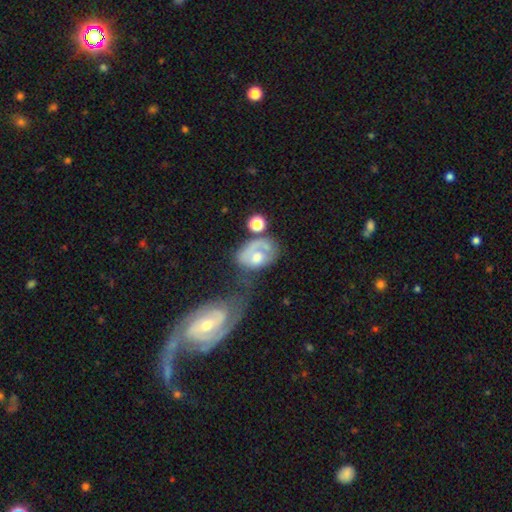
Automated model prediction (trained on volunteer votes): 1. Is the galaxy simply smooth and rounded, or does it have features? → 55% featured or disk, 37% smooth, 8% star or artifact.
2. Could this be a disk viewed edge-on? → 96% no, 4% yes.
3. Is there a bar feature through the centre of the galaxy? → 80% no, 17% weak, 4% strong.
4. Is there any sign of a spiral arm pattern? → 60% yes, 40% no.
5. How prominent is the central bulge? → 50% moderate, 20% large, 17% small, 10% none, 3% dominant.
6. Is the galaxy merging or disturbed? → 34% major disturbance, 28% none, 20% minor disturbance, 18% merger.